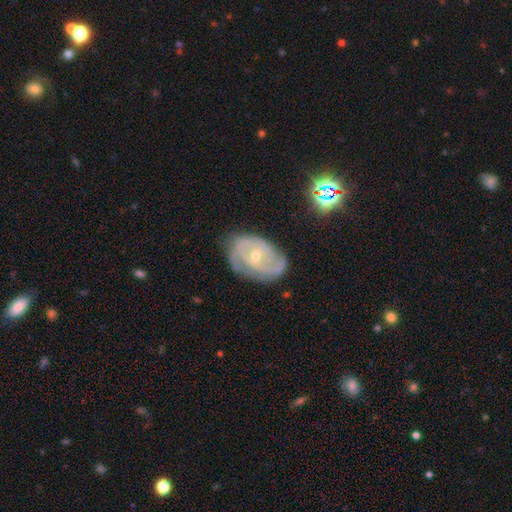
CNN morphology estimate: This is clearly a featured or disk galaxy (81%). It is clearly not viewed edge-on (96%). Bar: marginally weak (45%). Spiral arm pattern: clearly yes (92%). Spiral arm count: marginally 2 (40%). Spiral winding: possibly tight (56%). Central bulge: possibly small (57%). Merging: likely none (67%).